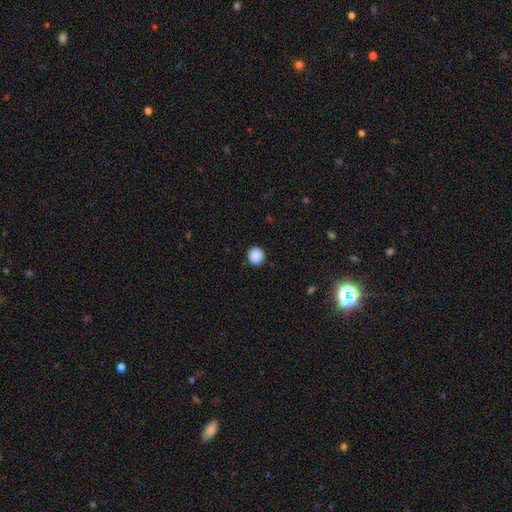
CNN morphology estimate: Smooth or featured?
  - smooth: 89% *
  - star or artifact: 9%
  - featured or disk: 2%
How rounded?
  - round: 94% *
  - in between: 5%
  - cigar-shaped: 1%
Merging?
  - none: 91% *
  - minor disturbance: 6%
  - major disturbance: 2%
  - merger: 1%